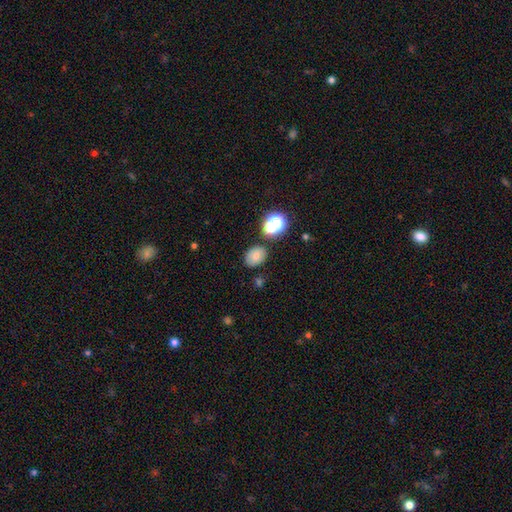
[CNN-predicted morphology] Smooth or featured? Predicted: smooth (p=0.69). How rounded? Predicted: in between (p=0.63). Merging? Predicted: none (p=0.78).